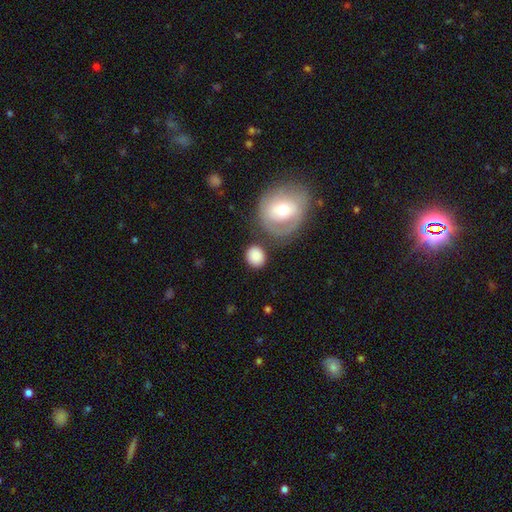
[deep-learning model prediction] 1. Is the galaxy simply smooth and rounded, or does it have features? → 84% smooth, 9% featured or disk, 6% star or artifact.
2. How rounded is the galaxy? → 70% round, 29% in between, 1% cigar-shaped.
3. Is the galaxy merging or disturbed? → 71% none, 13% minor disturbance, 10% merger, 6% major disturbance.